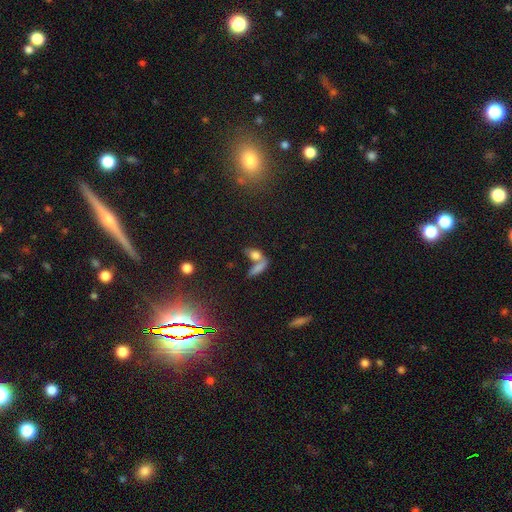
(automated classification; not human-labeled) Q: Smooth or featured?
A: smooth (70%); runner-up: featured or disk (17%)
Q: How rounded?
A: in between (71%); runner-up: cigar-shaped (19%)
Q: Merging?
A: merger (51%); runner-up: none (33%)